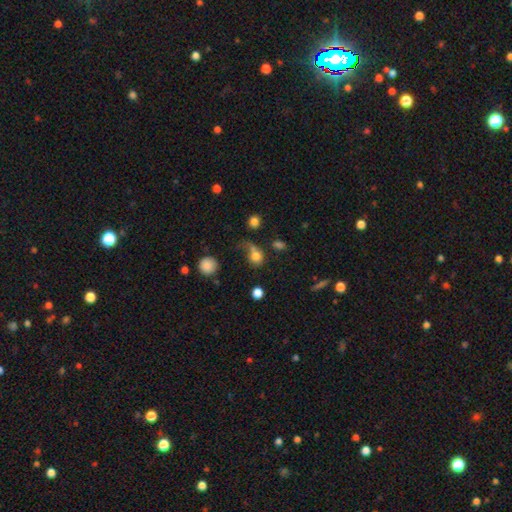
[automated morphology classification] Smooth or featured? smooth (76%)
How rounded? round (68%)
Merging? none (35%)